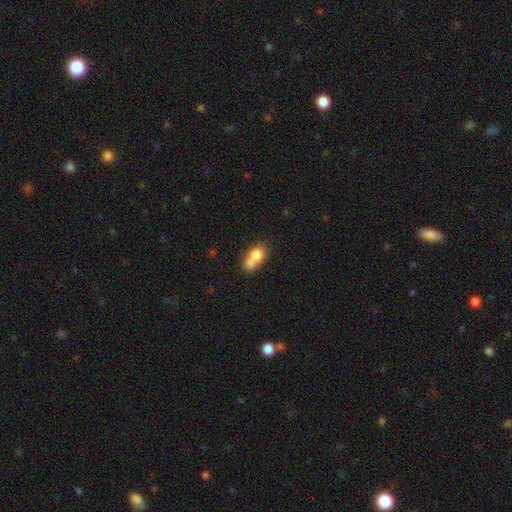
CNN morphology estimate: Smooth or featured: smooth — 73% (featured or disk — 18%)
How rounded: in between — 58% (round — 39%)
Merging: merger — 62% (none — 24%)